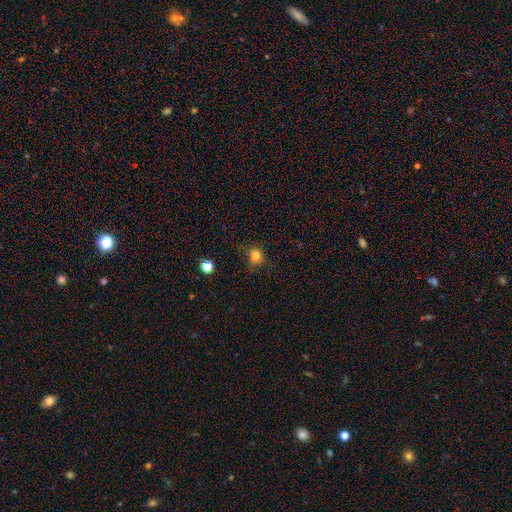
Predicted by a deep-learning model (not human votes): Overall: smooth (80%). How rounded: round (75%). Merging: none (69%).